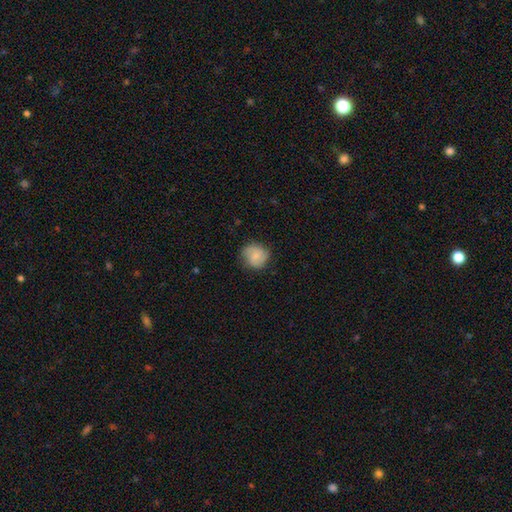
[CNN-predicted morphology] Smooth or featured? Predicted: smooth (p=0.70). How rounded? Predicted: round (p=0.86). Merging? Predicted: none (p=0.77).